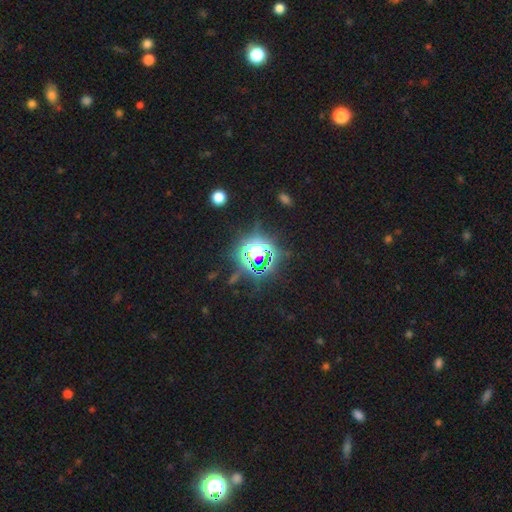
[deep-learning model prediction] The model was most divided on "smooth or featured": star or artifact: 78%, smooth: 13%, featured or disk: 9%.